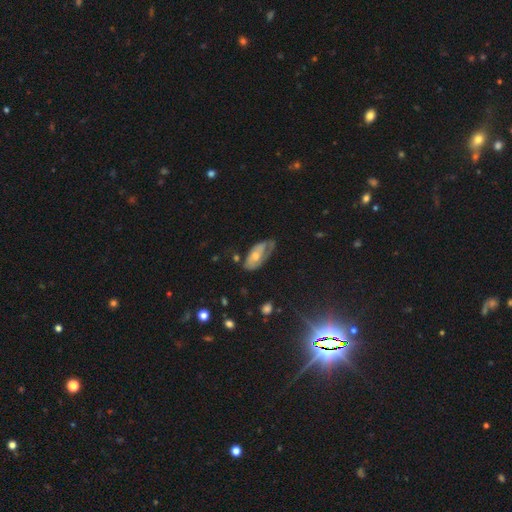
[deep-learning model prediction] Morphology: type=smooth (47%); merging=none (37%).